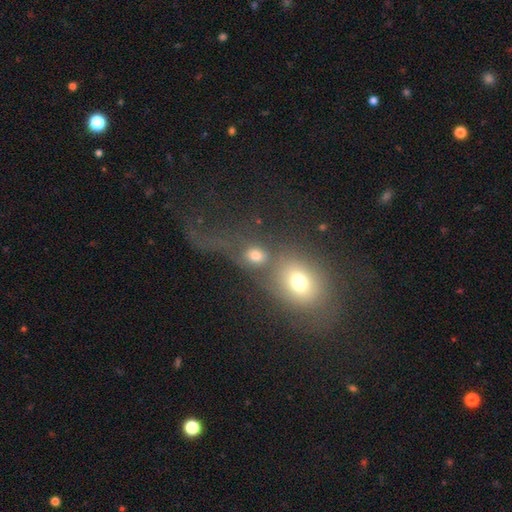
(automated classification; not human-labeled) Smooth or featured? Predicted: smooth (p=0.68). How rounded? Predicted: round (p=0.56). Merging? Predicted: merger (p=0.42).